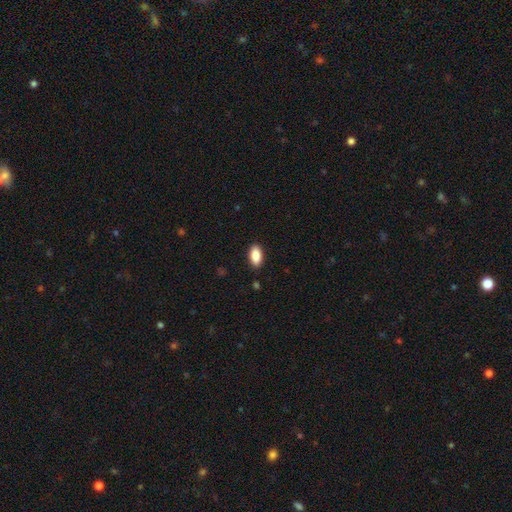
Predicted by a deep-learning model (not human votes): Smooth or featured? Predicted: smooth (p=0.89). How rounded? Predicted: in between (p=0.91). Merging? Predicted: none (p=0.88).